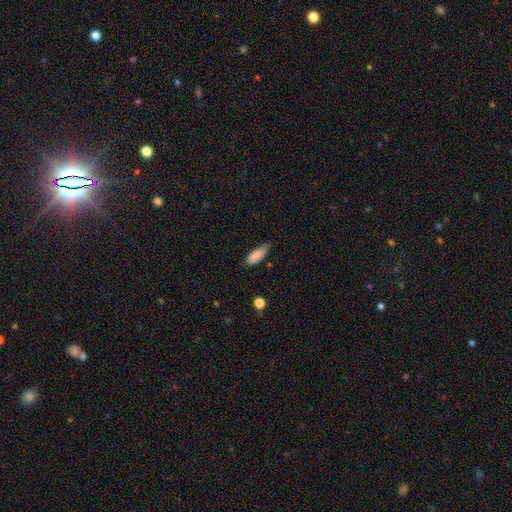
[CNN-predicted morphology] Smooth or featured? Predicted: smooth (p=0.86). How rounded? Predicted: in between (p=0.66). Merging? Predicted: none (p=0.56).